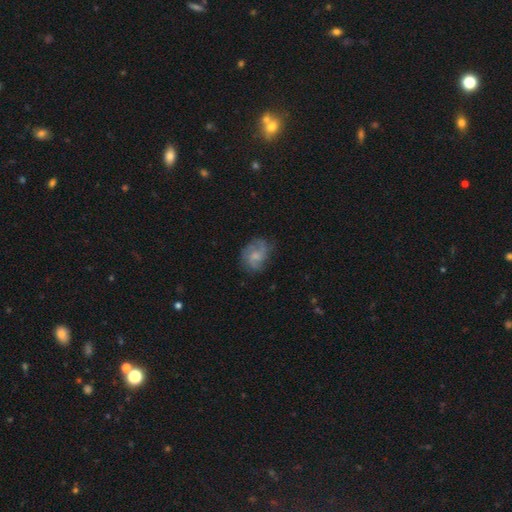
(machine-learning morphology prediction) Q: Smooth or featured?
A: featured or disk (54%); runner-up: smooth (38%)
Q: Edge-on disk?
A: no (97%); runner-up: yes (3%)
Q: Bar?
A: no (67%); runner-up: weak (30%)
Q: Spiral arms?
A: yes (83%); runner-up: no (17%)
Q: Bulge size?
A: small (40%); runner-up: moderate (35%)
Q: Merging?
A: none (64%); runner-up: minor disturbance (23%)